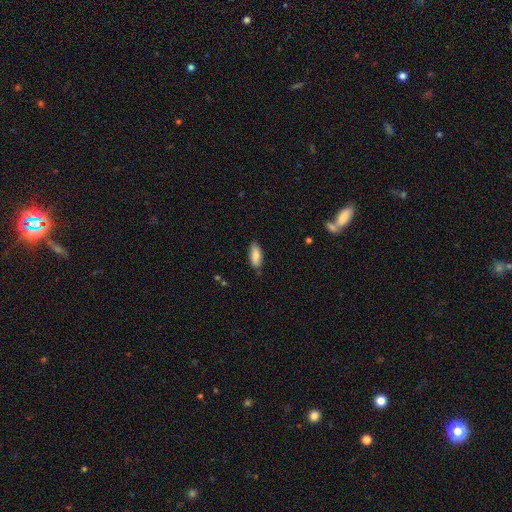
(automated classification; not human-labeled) Smooth or featured? smooth (84%)
How rounded? in between (75%)
Merging? none (82%)